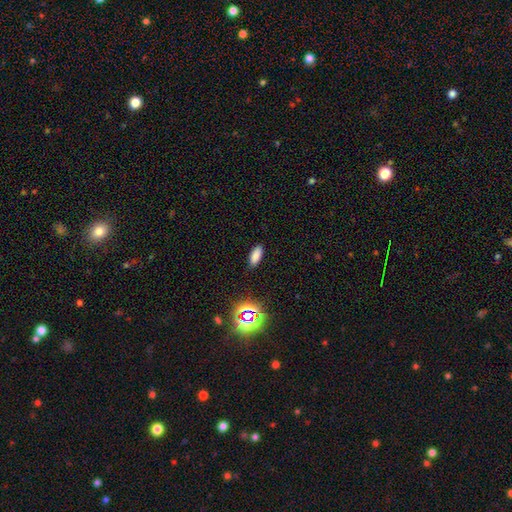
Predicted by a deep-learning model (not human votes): Overall: smooth (80%). How rounded: in between (80%). Merging: none (88%).